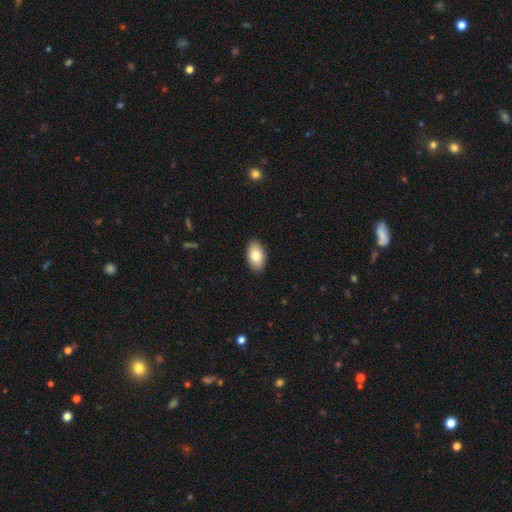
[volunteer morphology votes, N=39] Smooth or featured? smooth (92%)
How rounded? in between (92%)
Merging? none (92%)